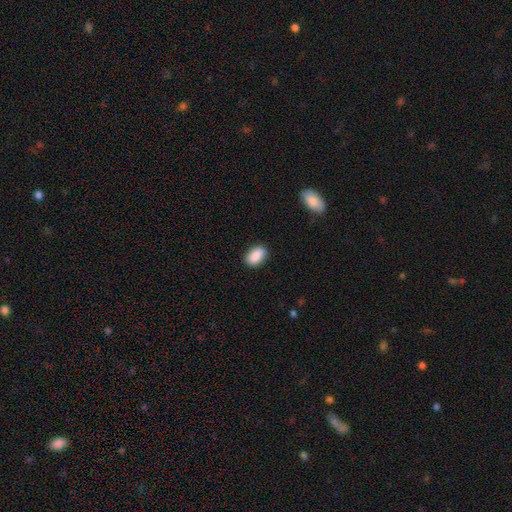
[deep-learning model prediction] A smooth galaxy with no disk features (90%) that is in between round and cigar-shaped (91%).

Vote fractions:
- Smooth or featured? smooth: 90% / star or artifact: 7% / featured or disk: 3%
- How rounded? in between: 91% / round: 7% / cigar-shaped: 2%
- Merging? none: 88% / minor disturbance: 9% / major disturbance: 2% / merger: 1%